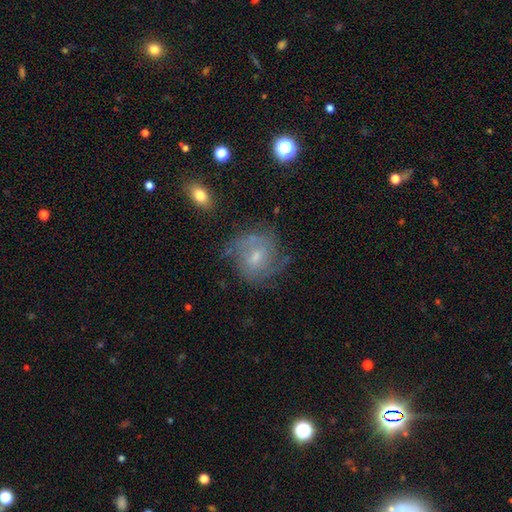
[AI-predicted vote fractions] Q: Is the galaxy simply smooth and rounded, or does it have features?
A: featured or disk — 66%.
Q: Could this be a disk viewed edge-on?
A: no — 97%.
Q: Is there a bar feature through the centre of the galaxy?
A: weak — 49%.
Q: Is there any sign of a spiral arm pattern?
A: yes — 84%.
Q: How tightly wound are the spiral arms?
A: tight — 45%.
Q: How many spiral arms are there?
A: can't tell — 39%.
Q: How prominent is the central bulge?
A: small — 54%.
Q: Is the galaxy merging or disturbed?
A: none — 63%.